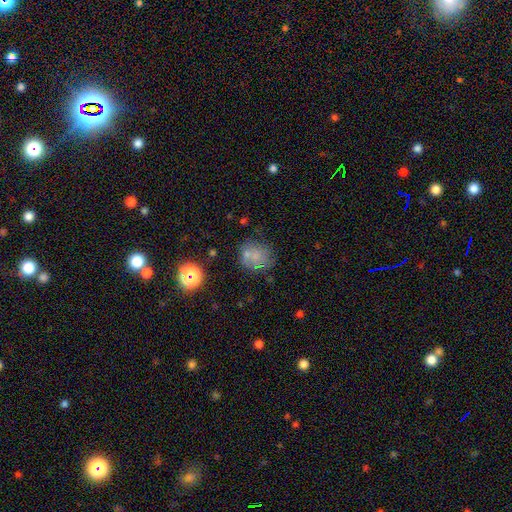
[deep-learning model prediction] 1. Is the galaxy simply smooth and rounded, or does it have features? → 43% smooth, 33% featured or disk, 24% star or artifact.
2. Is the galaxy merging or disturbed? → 58% none, 19% minor disturbance, 12% merger, 11% major disturbance.